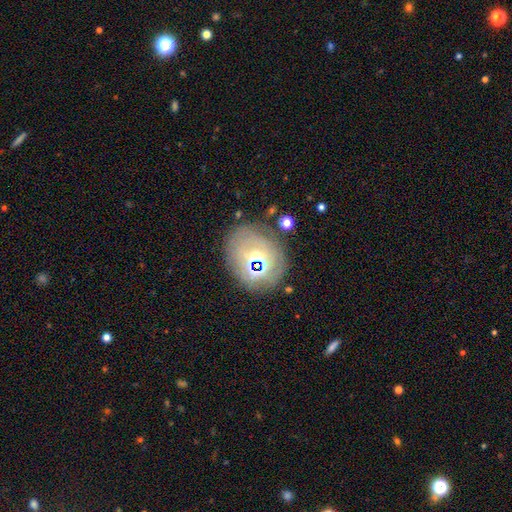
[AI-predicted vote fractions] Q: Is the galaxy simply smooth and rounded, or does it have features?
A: featured or disk — 47%.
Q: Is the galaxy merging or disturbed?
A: none — 78%.